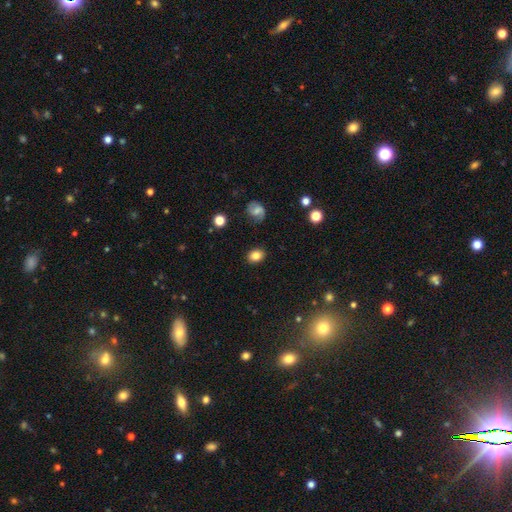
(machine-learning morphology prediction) A smooth galaxy with no disk features (82%) that is in between round and cigar-shaped (61%).

Vote fractions:
- Smooth or featured? smooth: 82% / star or artifact: 9% / featured or disk: 8%
- How rounded? in between: 61% / round: 38% / cigar-shaped: 1%
- Merging? none: 86% / minor disturbance: 10% / major disturbance: 3% / merger: 1%